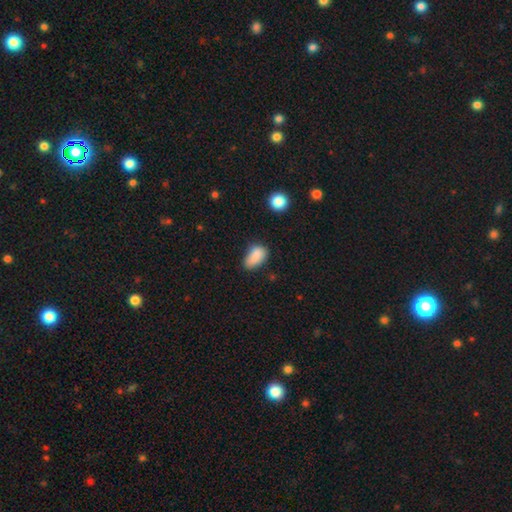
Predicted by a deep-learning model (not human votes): A smooth galaxy with no disk features (86%) that is in between round and cigar-shaped (90%).

Vote fractions:
- Smooth or featured? smooth: 86% / star or artifact: 9% / featured or disk: 5%
- How rounded? in between: 90% / round: 6% / cigar-shaped: 3%
- Merging? none: 56% / minor disturbance: 34% / major disturbance: 7% / merger: 3%